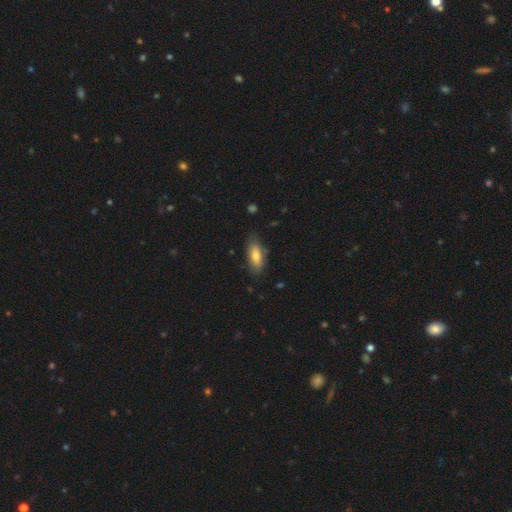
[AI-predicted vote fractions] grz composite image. It shows a smooth galaxy with no disk features (74%) that is in between round and cigar-shaped (75%). Merging: none (78%).